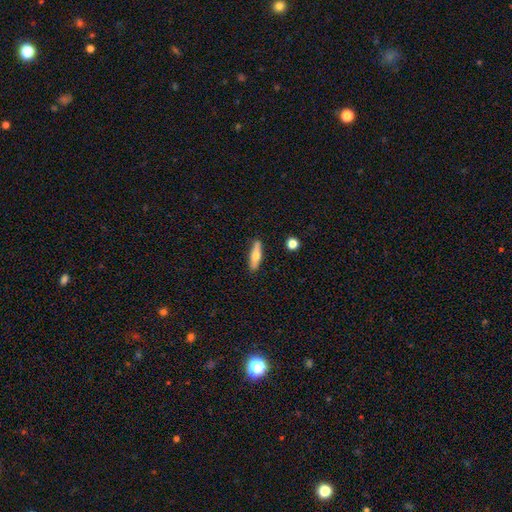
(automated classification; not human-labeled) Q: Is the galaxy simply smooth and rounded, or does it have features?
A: smooth — 57%.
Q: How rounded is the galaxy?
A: cigar-shaped — 64%.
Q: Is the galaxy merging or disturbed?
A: none — 86%.